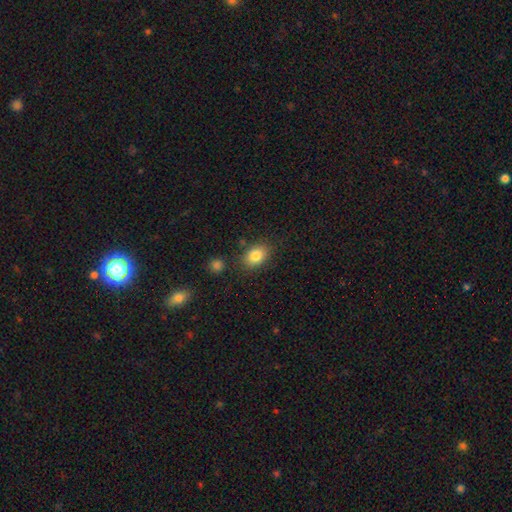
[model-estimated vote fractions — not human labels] Q: Smooth or featured?
A: smooth (83%); runner-up: star or artifact (9%)
Q: How rounded?
A: in between (74%); runner-up: round (25%)
Q: Merging?
A: none (81%); runner-up: minor disturbance (12%)